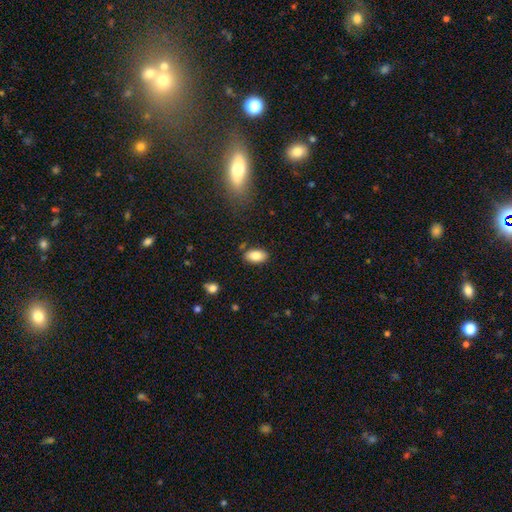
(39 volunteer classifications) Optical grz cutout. It shows a smooth galaxy with no disk features (82%) that is in between round and cigar-shaped (91%). Merging: none (86%).